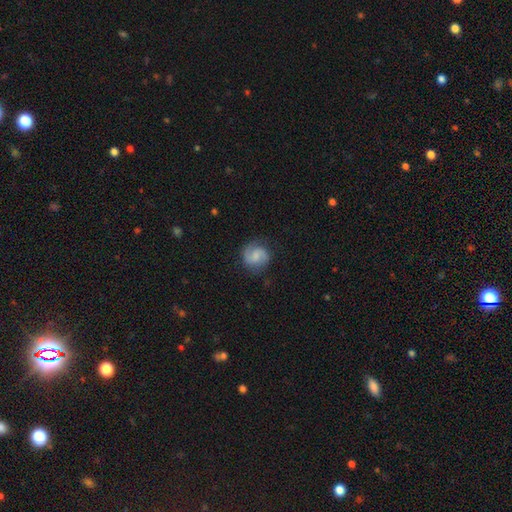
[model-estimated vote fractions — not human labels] Smooth or featured? Predicted: featured or disk (p=0.63). Edge-on disk? Predicted: no (p=0.98). Bar? Predicted: weak (p=0.46, tied with no). Spiral arms? Predicted: yes (p=0.94). Spiral winding? Predicted: medium (p=0.50). Spiral arm count? Predicted: 2 (p=0.89). Bulge size? Predicted: small (p=0.36). Merging? Predicted: none (p=0.80).